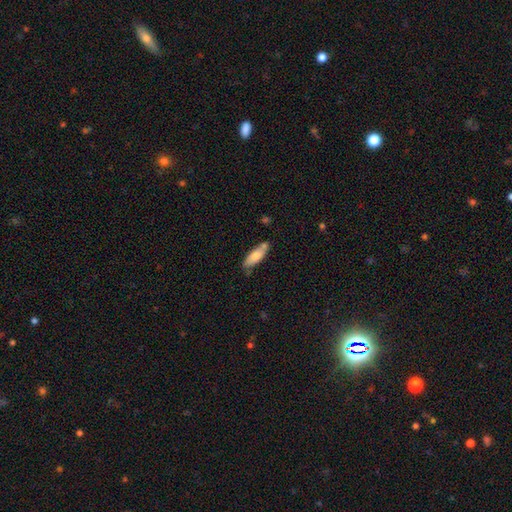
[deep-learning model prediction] Smooth or featured? smooth (76%)
How rounded? in between (54%)
Merging? none (65%)